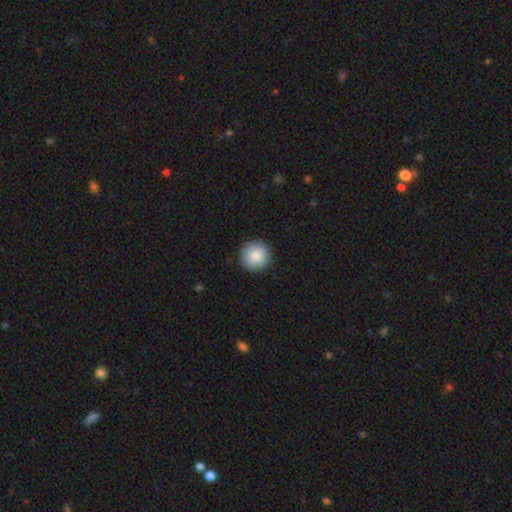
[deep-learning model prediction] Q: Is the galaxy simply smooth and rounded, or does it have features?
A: smooth — 88%.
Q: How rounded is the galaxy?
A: round — 96%.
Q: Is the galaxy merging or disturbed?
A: none — 92%.